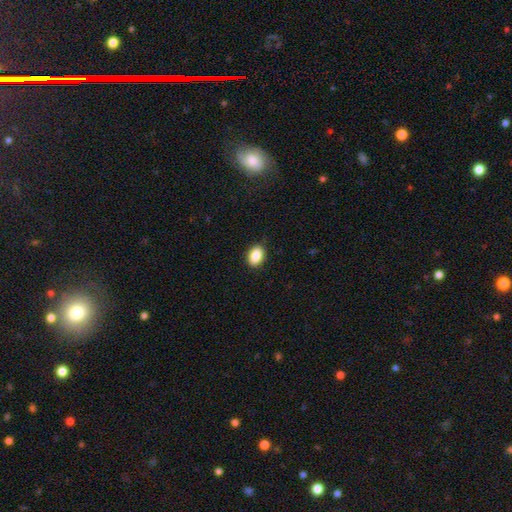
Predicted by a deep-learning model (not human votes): A smooth galaxy with no disk features (87%) that is in between round and cigar-shaped (83%). Merging: none (88%).